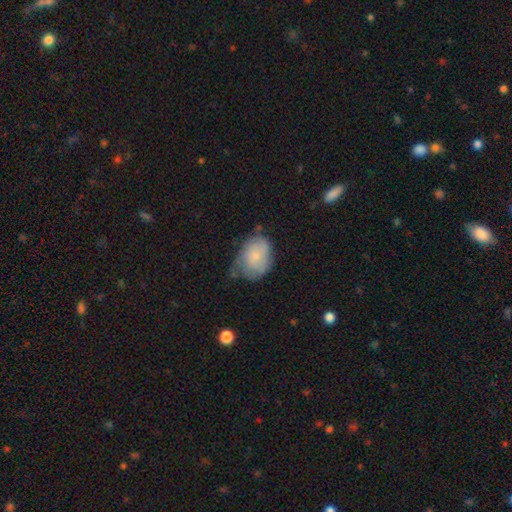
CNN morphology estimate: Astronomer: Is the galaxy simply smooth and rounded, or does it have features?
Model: smooth — 69%.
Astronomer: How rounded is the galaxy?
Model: in between — 75%.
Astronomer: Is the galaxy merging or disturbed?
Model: minor disturbance — 42% (runner-up: none, 37%).